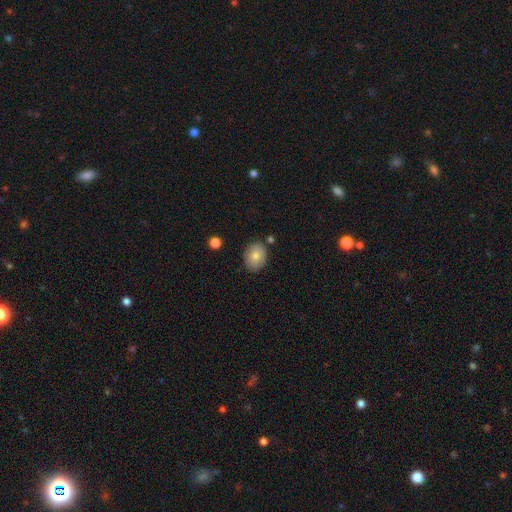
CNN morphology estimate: A smooth galaxy with no disk features (79%) that is in between round and cigar-shaped (57%). Merging: none (82%).